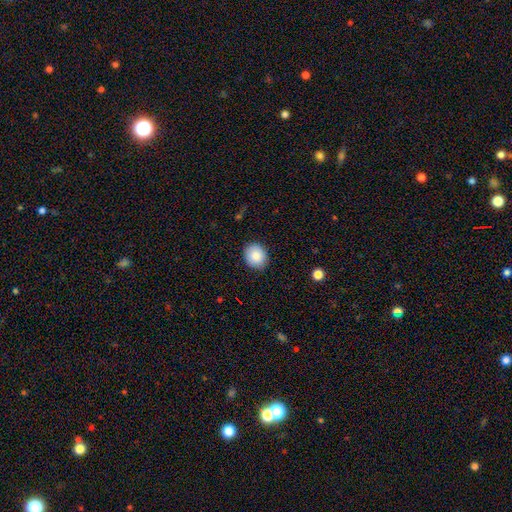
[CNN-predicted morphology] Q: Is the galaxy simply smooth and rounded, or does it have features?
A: smooth — 85%.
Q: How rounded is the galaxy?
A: round — 69%.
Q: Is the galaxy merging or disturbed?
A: none — 88%.